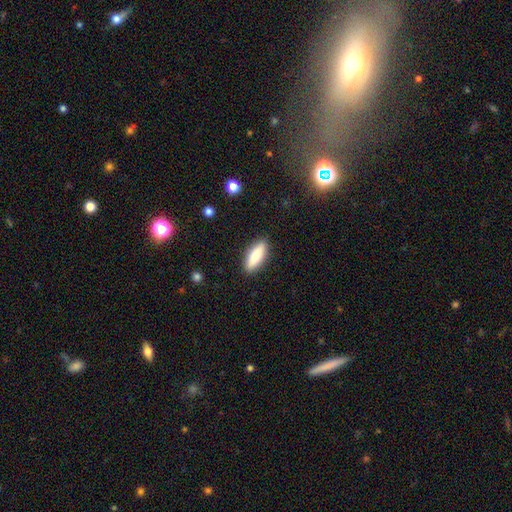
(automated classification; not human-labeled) This is likely a smooth galaxy (80%). How rounded: possibly in between (52%). Merging: clearly none (89%).